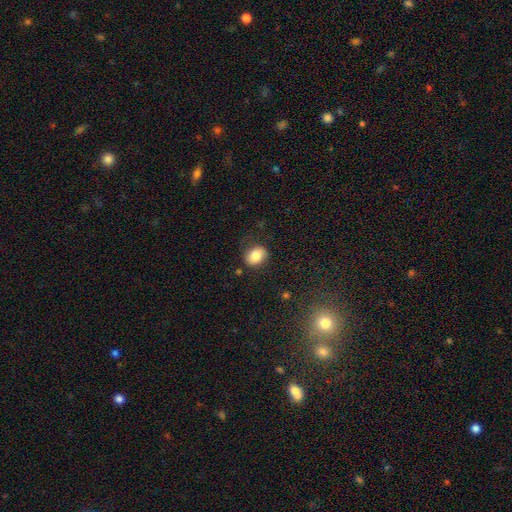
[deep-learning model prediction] A smooth galaxy with no disk features (79%) that is in between round and cigar-shaped (57%). Merging: none (75%).